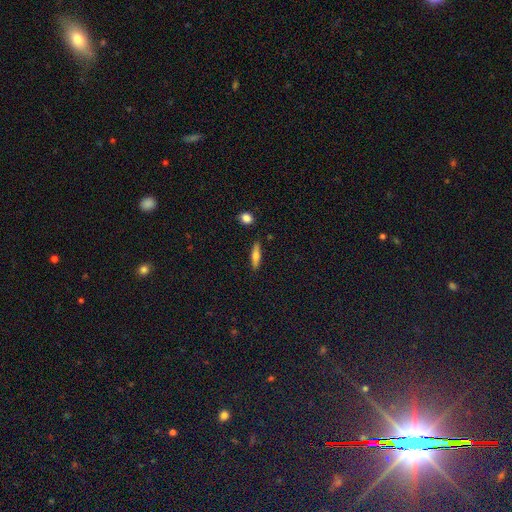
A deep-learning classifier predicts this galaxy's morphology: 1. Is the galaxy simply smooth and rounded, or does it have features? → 60% smooth, 33% featured or disk, 7% star or artifact.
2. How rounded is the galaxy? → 69% cigar-shaped, 28% in between, 3% round.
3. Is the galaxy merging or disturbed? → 86% none, 9% minor disturbance, 3% merger, 2% major disturbance.